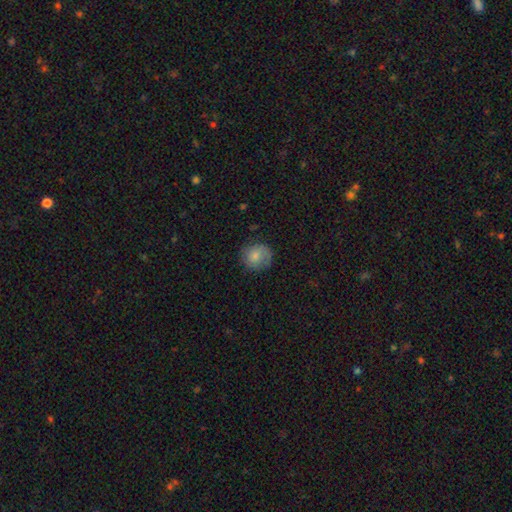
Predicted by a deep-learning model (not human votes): This is likely a smooth galaxy (70%). How rounded: clearly round (86%). Merging: likely none (74%).